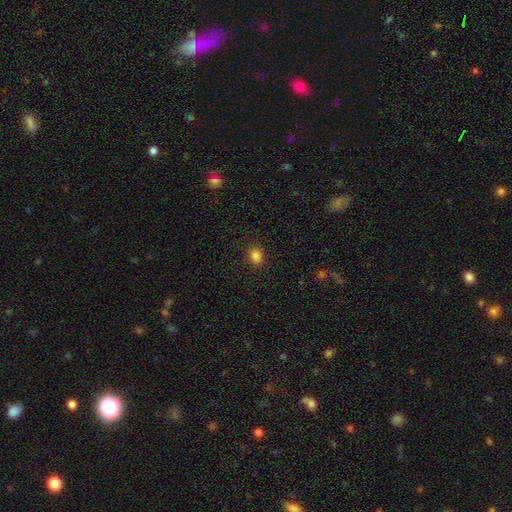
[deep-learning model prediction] smooth-or-featured: smooth: 84% | star or artifact: 12% | featured or disk: 4%
  how-rounded: in between: 51% | round: 48% | cigar-shaped: 1%
  merging: none: 87% | minor disturbance: 9% | major disturbance: 3% | merger: 1%